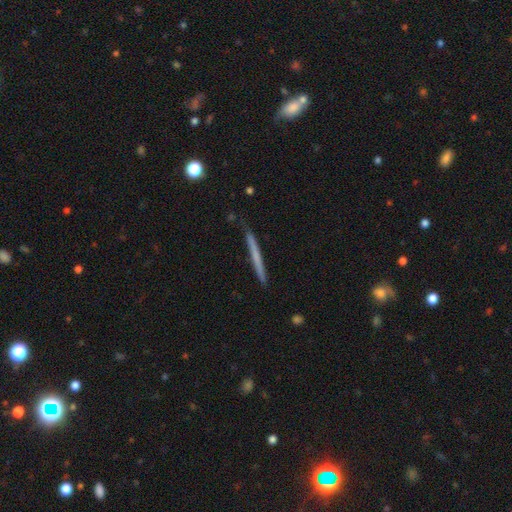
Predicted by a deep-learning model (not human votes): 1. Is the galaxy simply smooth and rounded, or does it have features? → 55% smooth, 40% featured or disk, 6% star or artifact.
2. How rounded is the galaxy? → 97% cigar-shaped, 2% in between, 1% round.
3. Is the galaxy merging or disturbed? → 87% none, 10% minor disturbance, 2% major disturbance, 1% merger.